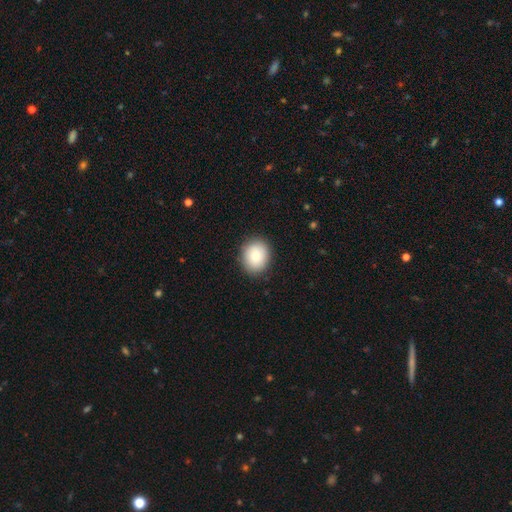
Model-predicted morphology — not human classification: This is clearly a smooth galaxy (85%). How rounded: likely round (68%). Merging: clearly none (88%).